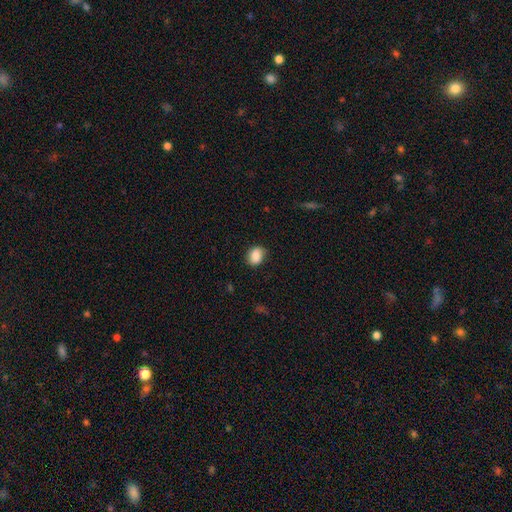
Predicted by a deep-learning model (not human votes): A smooth galaxy with no disk features (86%) that is in between round and cigar-shaped (59%).

Vote fractions:
- Smooth or featured? smooth: 86% / star or artifact: 8% / featured or disk: 6%
- How rounded? in between: 59% / round: 40% / cigar-shaped: 1%
- Merging? none: 80% / minor disturbance: 15% / major disturbance: 3% / merger: 1%